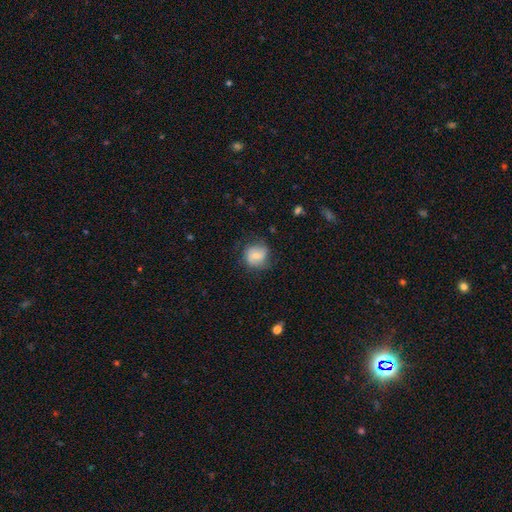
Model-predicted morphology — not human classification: smooth-or-featured: smooth: 67% | featured or disk: 25% | star or artifact: 8%
  how-rounded: round: 82% | in between: 17% | cigar-shaped: 1%
  merging: none: 68% | minor disturbance: 23% | major disturbance: 8% | merger: 1%